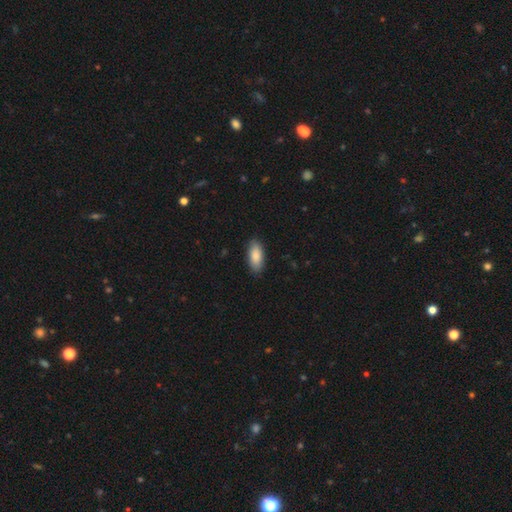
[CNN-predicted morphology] Smooth or featured? Predicted: smooth (p=0.87). How rounded? Predicted: in between (p=0.87). Merging? Predicted: none (p=0.87).